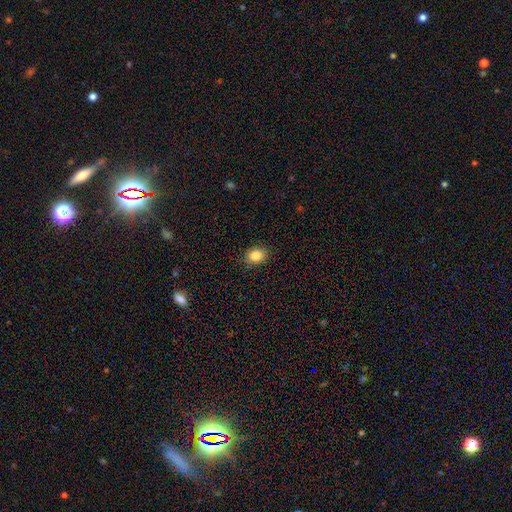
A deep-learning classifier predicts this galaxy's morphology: This is clearly a smooth galaxy (86%). How rounded: likely in between (63%). Merging: clearly none (89%).